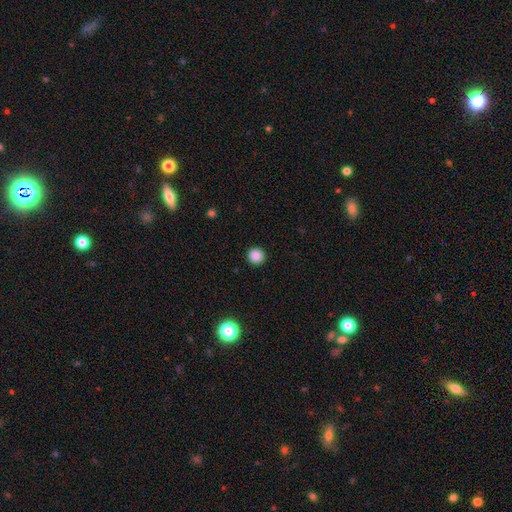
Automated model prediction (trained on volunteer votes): smooth-or-featured: smooth: 87% | star or artifact: 10% | featured or disk: 3%
  how-rounded: round: 95% | in between: 4% | cigar-shaped: 1%
  merging: none: 92% | minor disturbance: 5% | major disturbance: 2% | merger: 1%